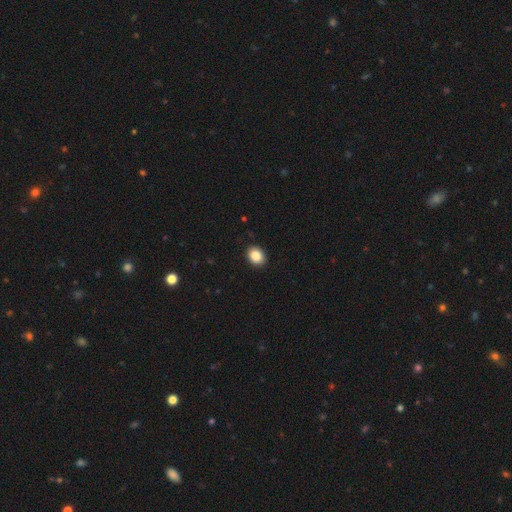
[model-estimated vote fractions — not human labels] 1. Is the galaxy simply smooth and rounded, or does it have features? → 87% smooth, 9% star or artifact, 4% featured or disk.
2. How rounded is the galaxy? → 55% in between, 44% round, 1% cigar-shaped.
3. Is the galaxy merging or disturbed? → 91% none, 7% minor disturbance, 2% major disturbance, 1% merger.